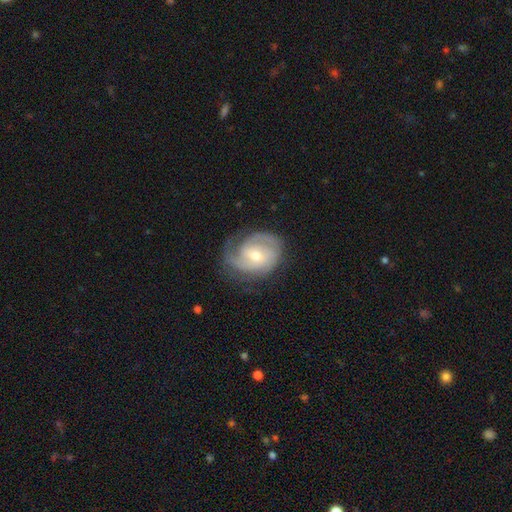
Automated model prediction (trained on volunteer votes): This appears to be a featured or disk galaxy (81%) with no bar (46%), 2 (43%) tight (51%) spiral arms (94%) and a moderate central bulge (58%). Merging: none (64%).